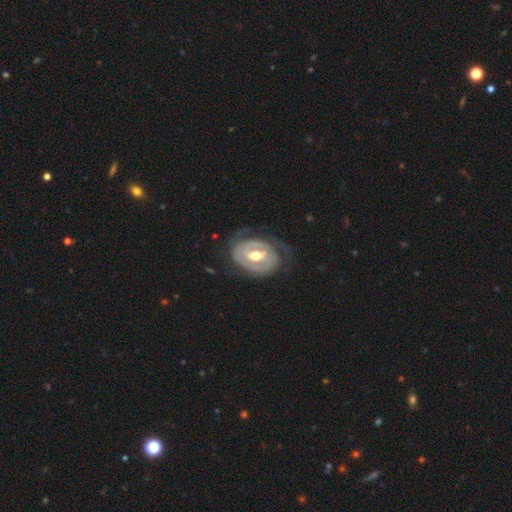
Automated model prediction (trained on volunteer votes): Morphology: type=featured or disk (82%); edge-on=no (96%); bar=weak (41%); spiral arms=yes (76%); winding=tight (63%); arm count=2 (60%); bulge=moderate (76%); merging=none (64%).